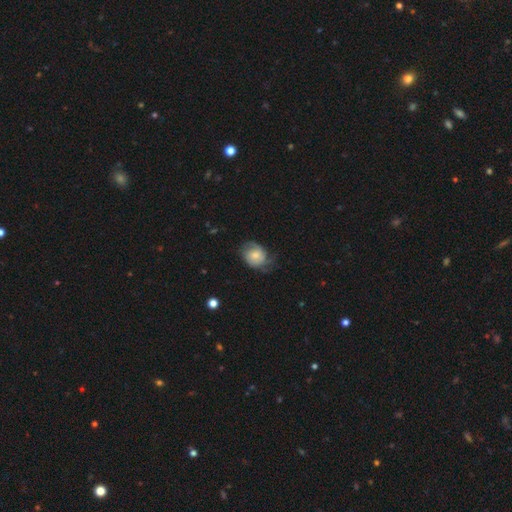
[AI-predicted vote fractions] featured or disk 50%, smooth 42%, star or artifact 7%. Down the decision tree: edge-on disk — no (97%); merging — none (52%).